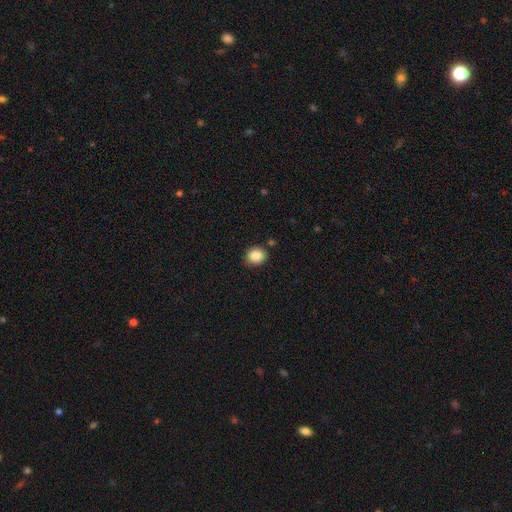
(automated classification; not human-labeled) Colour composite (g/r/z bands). It shows a smooth galaxy with no disk features (86%) that is round (78%). Merging: none (85%).